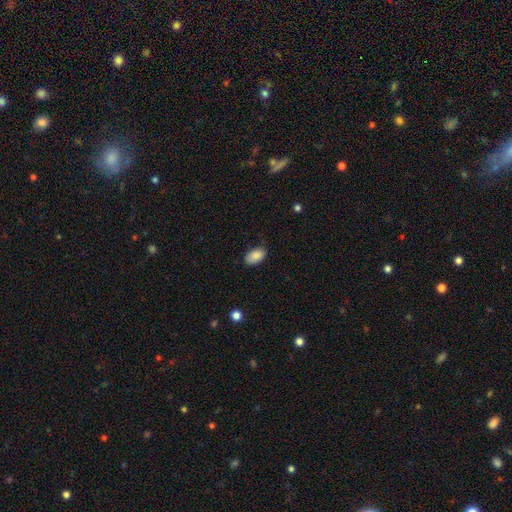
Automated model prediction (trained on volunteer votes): This appears to be a smooth galaxy with no disk features (87%) that is in between round and cigar-shaped (93%). Merging: none (77%).